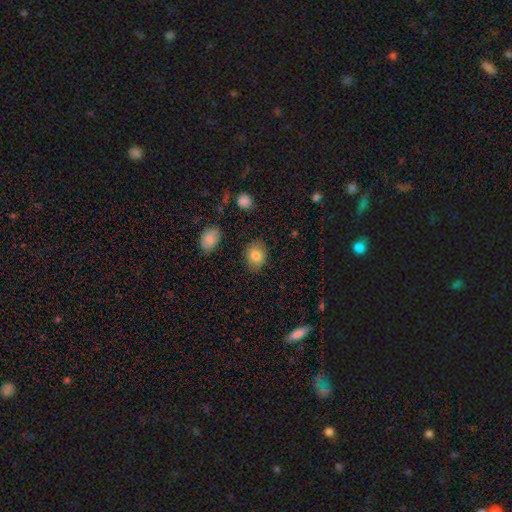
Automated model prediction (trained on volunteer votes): Q: Smooth or featured?
A: smooth (81%); runner-up: featured or disk (10%)
Q: How rounded?
A: in between (58%); runner-up: round (41%)
Q: Merging?
A: none (82%); runner-up: minor disturbance (13%)